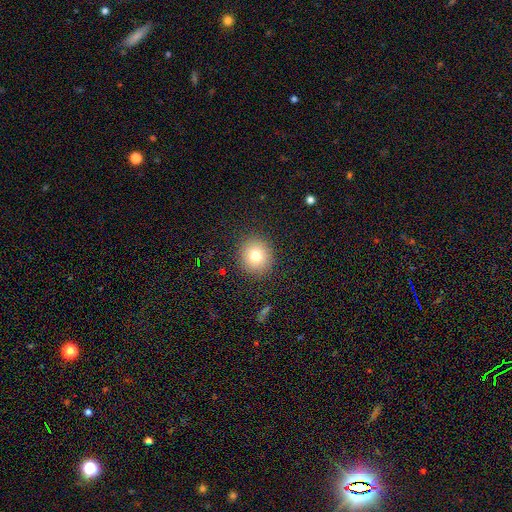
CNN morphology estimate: smooth 77%, star or artifact 12%, featured or disk 11%. Down the decision tree: how rounded — round (86%); merging — none (89%).